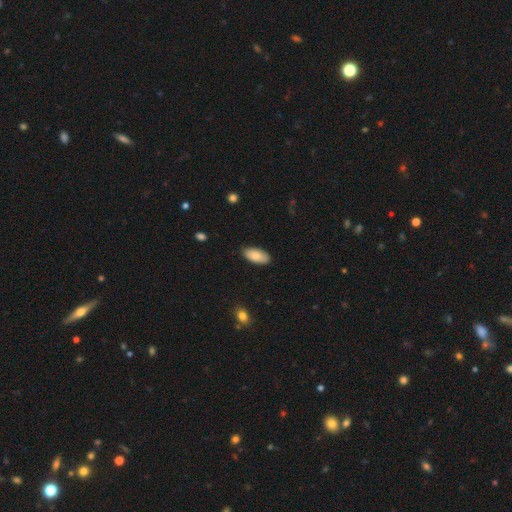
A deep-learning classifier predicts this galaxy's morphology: smooth 83%, featured or disk 11%, star or artifact 6%. Down the decision tree: how rounded — in between (92%); merging — none (86%).